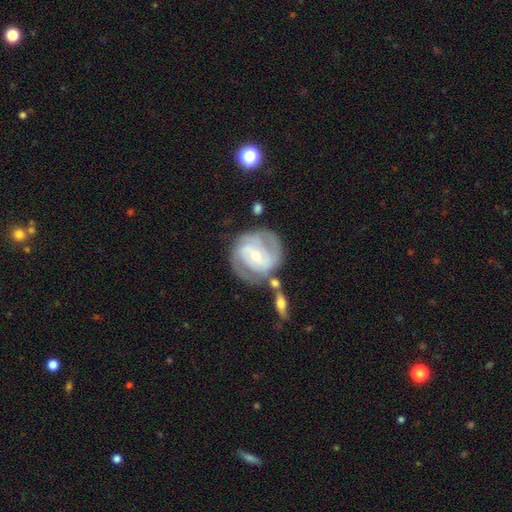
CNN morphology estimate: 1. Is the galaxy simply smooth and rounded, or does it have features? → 82% featured or disk, 13% smooth, 5% star or artifact.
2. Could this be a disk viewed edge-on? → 97% no, 3% yes.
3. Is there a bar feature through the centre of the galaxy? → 43% no, 39% weak, 18% strong.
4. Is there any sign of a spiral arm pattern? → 92% yes, 8% no.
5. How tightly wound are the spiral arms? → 53% tight, 36% medium, 10% loose.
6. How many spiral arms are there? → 59% 2, 19% can't tell, 13% 3, 3% 1, 3% 4, 2% more than 4.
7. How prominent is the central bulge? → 56% small, 40% moderate, 2% large, 1% none, 1% dominant.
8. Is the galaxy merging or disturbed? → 63% none, 18% minor disturbance, 10% merger, 9% major disturbance.